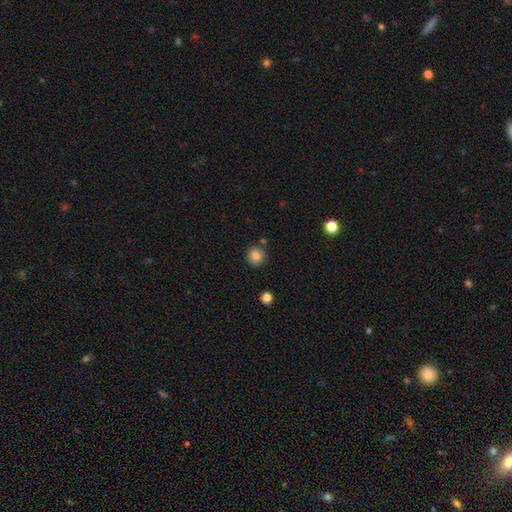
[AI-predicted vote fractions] The model was most divided on "smooth or featured": smooth: 84%, star or artifact: 10%, featured or disk: 5%. More confident: how rounded — round (92%); merging — none (85%).